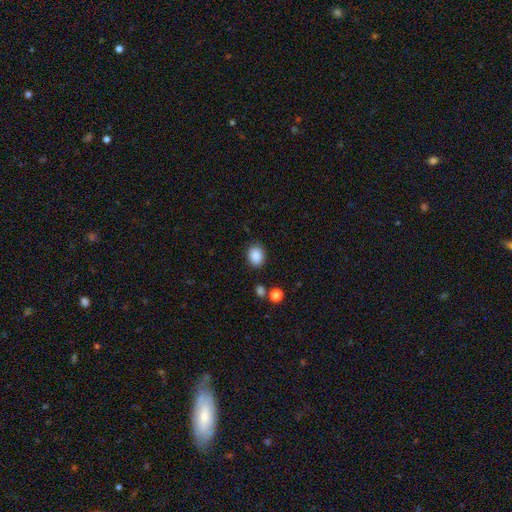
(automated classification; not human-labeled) Smooth or featured? smooth (88%)
How rounded? in between (55%)
Merging? none (84%)